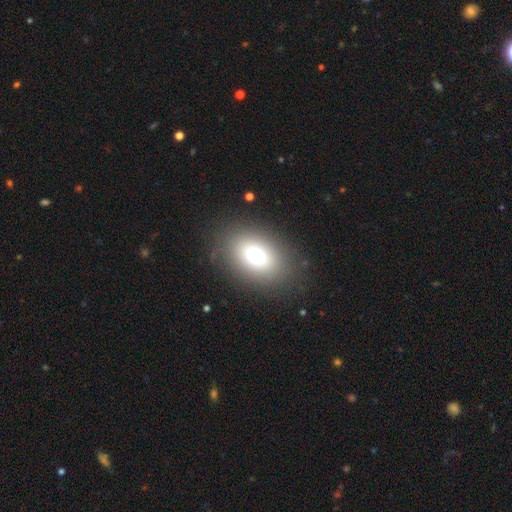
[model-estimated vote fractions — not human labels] The model was most divided on "how rounded": in between: 69%, round: 30%, cigar-shaped: 1%. More confident: merging — none (84%); smooth or featured — smooth (72%).